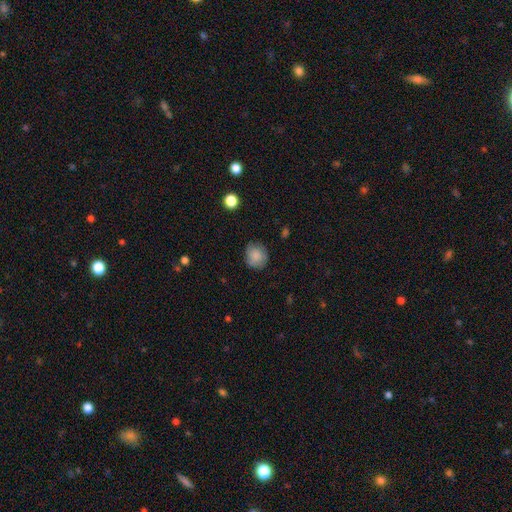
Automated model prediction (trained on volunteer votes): smooth-or-featured: smooth: 83% | star or artifact: 8% | featured or disk: 8%
  how-rounded: round: 79% | in between: 20% | cigar-shaped: 1%
  merging: none: 76% | minor disturbance: 18% | major disturbance: 4% | merger: 1%